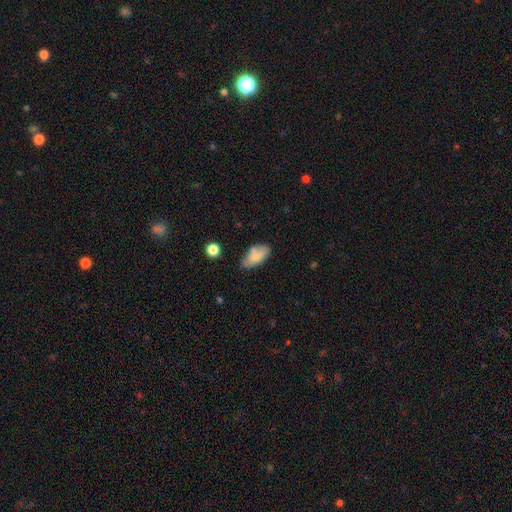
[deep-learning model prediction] Smooth or featured? smooth (78%)
How rounded? in between (92%)
Merging? none (59%)